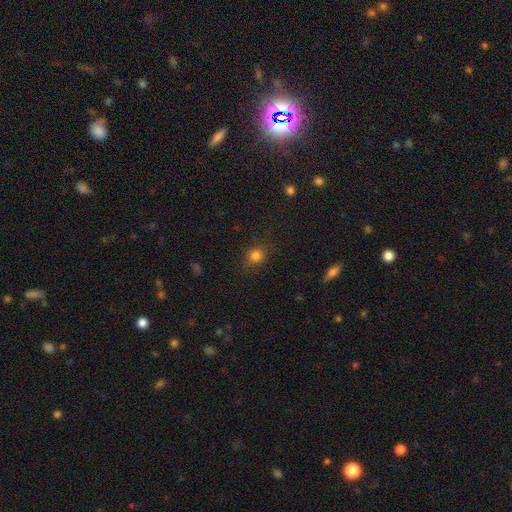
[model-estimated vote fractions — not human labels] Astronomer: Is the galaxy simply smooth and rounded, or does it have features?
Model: smooth — 80%.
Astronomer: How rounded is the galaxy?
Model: round — 85%.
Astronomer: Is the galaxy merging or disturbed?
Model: none — 85%.